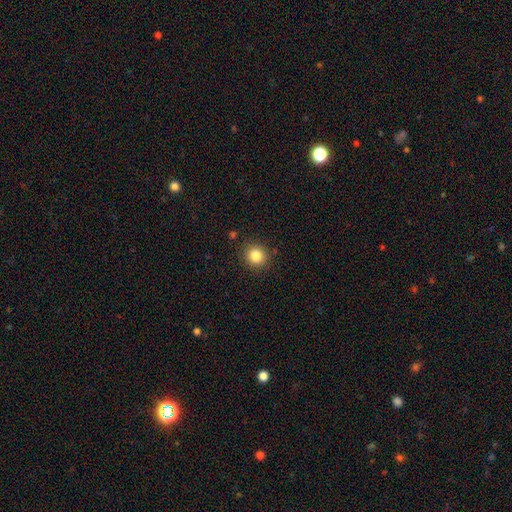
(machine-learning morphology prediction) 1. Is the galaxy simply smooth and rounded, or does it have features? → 84% smooth, 11% star or artifact, 6% featured or disk.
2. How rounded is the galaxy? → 88% round, 11% in between, 1% cigar-shaped.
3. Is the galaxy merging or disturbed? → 89% none, 7% minor disturbance, 2% major disturbance, 2% merger.